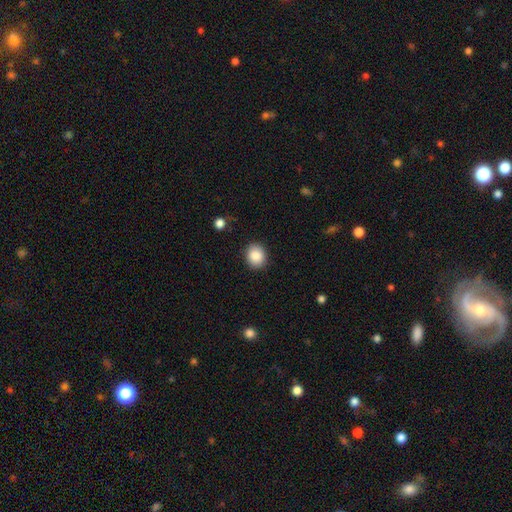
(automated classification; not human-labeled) This is clearly a smooth galaxy (87%). How rounded: likely round (66%). Merging: clearly none (89%).